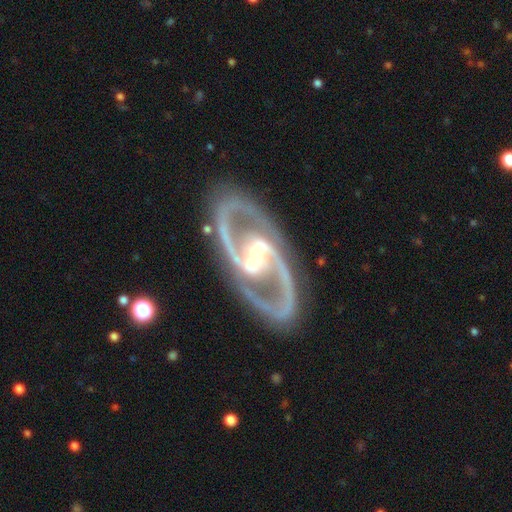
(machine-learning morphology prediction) Smooth or featured? featured or disk (93%)
Edge-on disk? no (96%)
Bar? strong (64%)
Spiral arms? yes (96%)
Spiral winding? medium (62%)
Spiral arm count? 2 (93%)
Bulge size? moderate (50%)
Merging? none (83%)